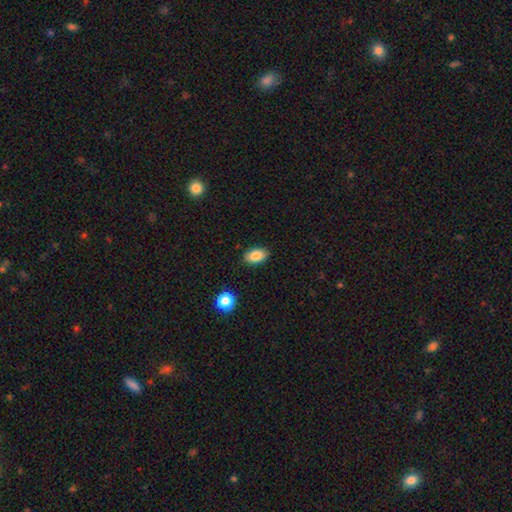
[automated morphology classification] type=smooth (86%); roundness=in between (90%); merging=none (87%).